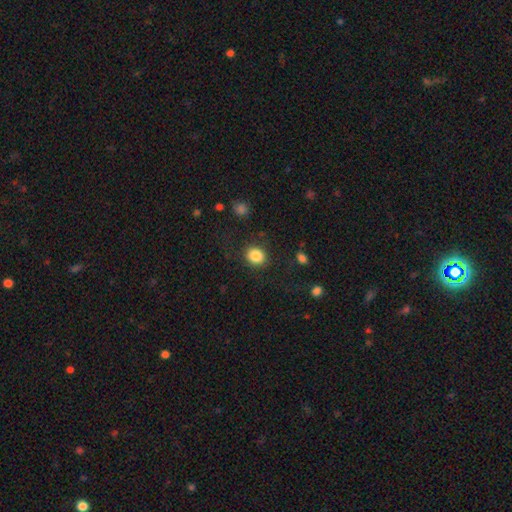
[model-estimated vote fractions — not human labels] A smooth galaxy with no disk features (86%) that is round (70%).

Vote fractions:
- Smooth or featured? smooth: 86% / star or artifact: 9% / featured or disk: 5%
- How rounded? round: 70% / in between: 29% / cigar-shaped: 1%
- Merging? none: 85% / minor disturbance: 9% / major disturbance: 4% / merger: 2%